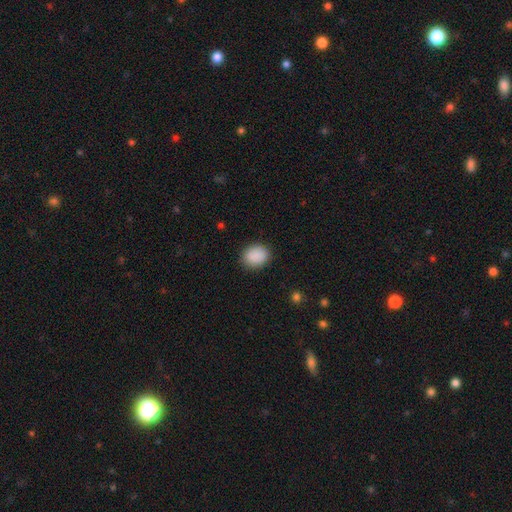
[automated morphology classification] Smooth or featured?
  - smooth: 89% *
  - star or artifact: 8%
  - featured or disk: 3%
How rounded?
  - round: 52% *
  - in between: 47%
  - cigar-shaped: 1%
Merging?
  - none: 87% *
  - minor disturbance: 9%
  - major disturbance: 3%
  - merger: 1%